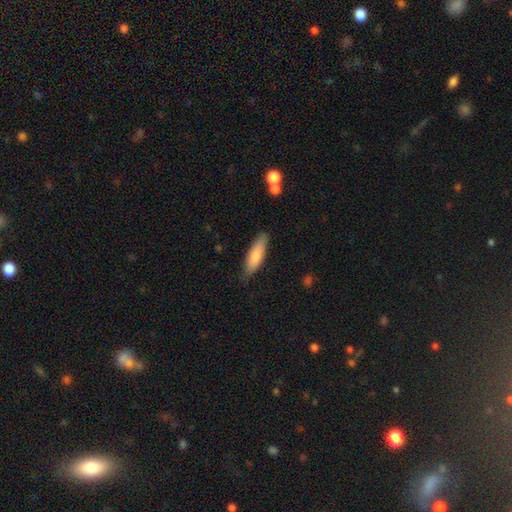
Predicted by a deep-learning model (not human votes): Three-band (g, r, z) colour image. It shows a smooth galaxy with no disk features (79%) that is cigar-shaped (62%). Merging: none (82%).